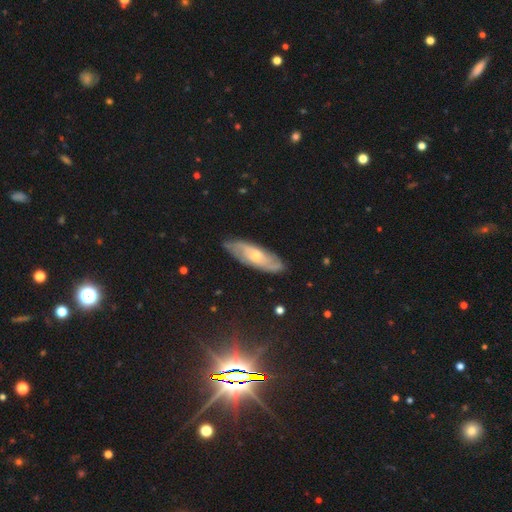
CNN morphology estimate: type=featured or disk (68%); edge-on=no (79%); bar=no (65%); spiral arms=yes (87%); bulge=small (49%); merging=none (81%).